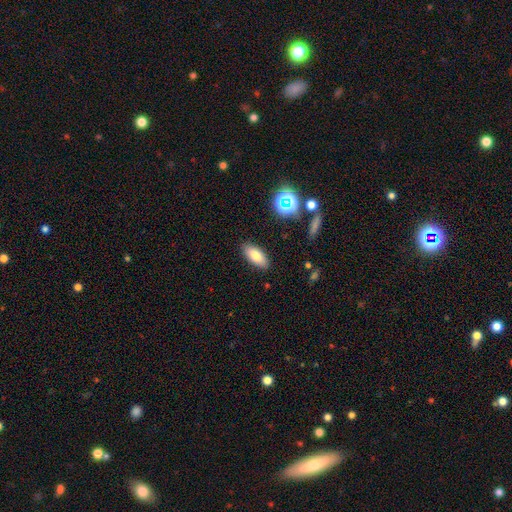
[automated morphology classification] smooth_or_featured: smooth (p=0.79) [alt: featured or disk p=0.12]
how_rounded: in between (p=0.85) [alt: cigar-shaped p=0.12]
merging: none (p=0.88) [alt: minor disturbance p=0.09]